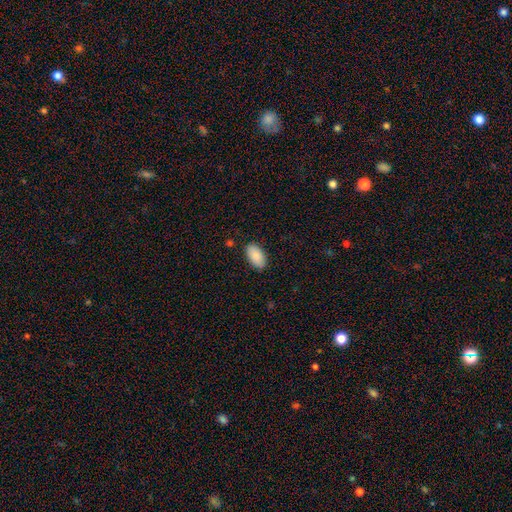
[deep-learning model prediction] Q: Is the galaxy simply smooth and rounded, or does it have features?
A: smooth — 88%.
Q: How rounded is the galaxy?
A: in between — 95%.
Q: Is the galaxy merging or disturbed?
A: none — 86%.